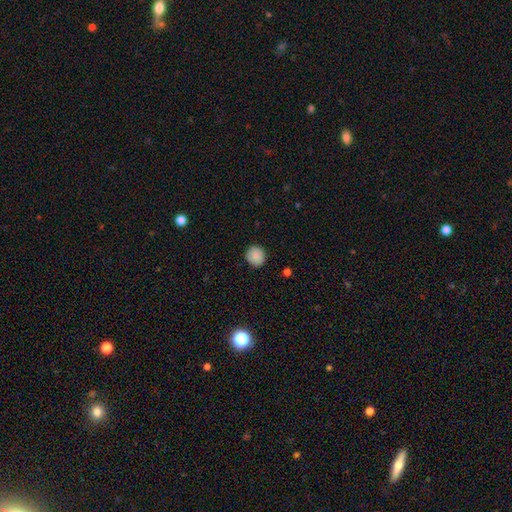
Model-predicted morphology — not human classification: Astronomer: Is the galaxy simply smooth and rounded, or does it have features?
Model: smooth — 87%.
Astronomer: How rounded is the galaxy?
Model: round — 87%.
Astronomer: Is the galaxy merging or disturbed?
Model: none — 88%.